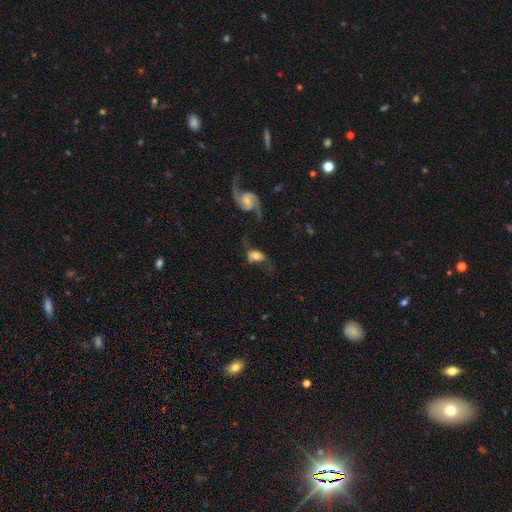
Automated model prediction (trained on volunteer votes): This appears to be a featured or disk galaxy (55%) with no bar (56%), spiral arms (80%) and a moderate central bulge (43%). Merging: none (32%).